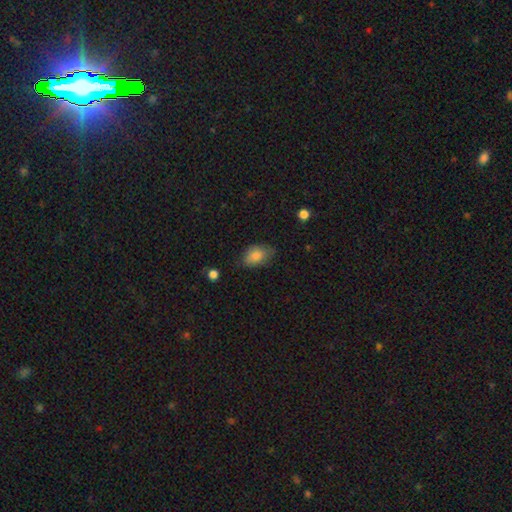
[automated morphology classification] This is clearly a smooth galaxy (85%). How rounded: clearly in between (86%). Merging: likely none (65%).